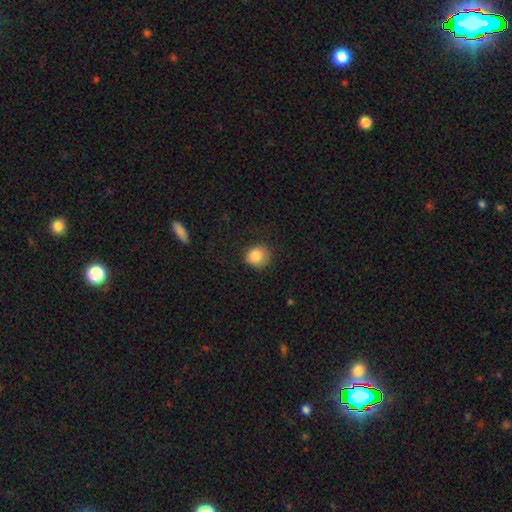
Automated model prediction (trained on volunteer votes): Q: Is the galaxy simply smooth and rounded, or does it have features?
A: smooth — 85%.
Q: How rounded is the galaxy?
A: round — 74%.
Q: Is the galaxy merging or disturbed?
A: none — 71%.